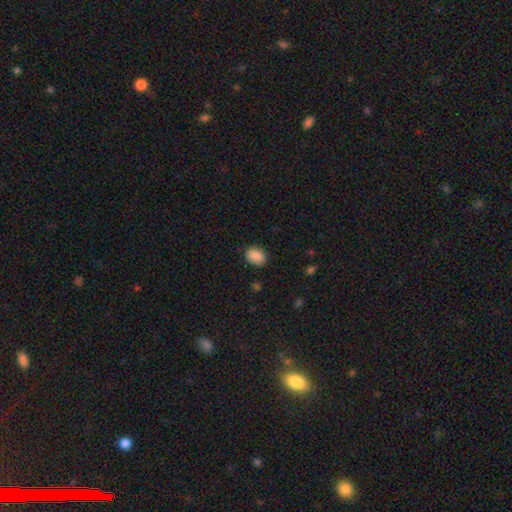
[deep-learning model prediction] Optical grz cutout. It shows a smooth galaxy with no disk features (87%) that is in between round and cigar-shaped (65%). Merging: none (86%).